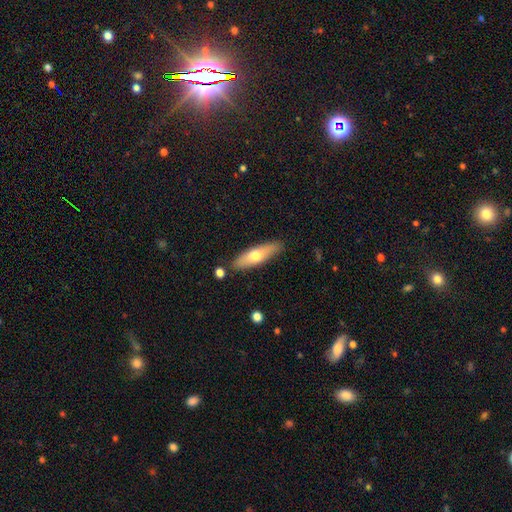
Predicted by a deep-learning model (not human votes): Smooth or featured? Predicted: smooth (p=0.59). How rounded? Predicted: cigar-shaped (p=0.59). Merging? Predicted: none (p=0.83).